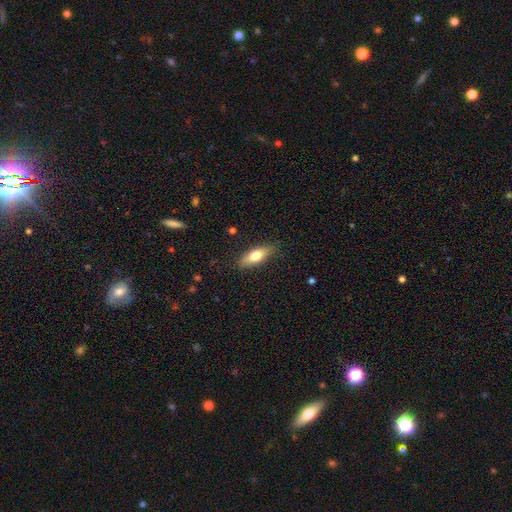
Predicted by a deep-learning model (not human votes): smooth-or-featured: smooth: 70% | featured or disk: 23% | star or artifact: 6%
  how-rounded: in between: 65% | cigar-shaped: 32% | round: 3%
  merging: none: 84% | minor disturbance: 13% | major disturbance: 3% | merger: 1%